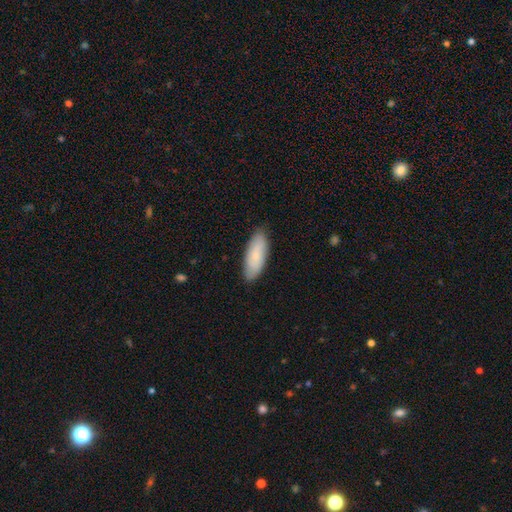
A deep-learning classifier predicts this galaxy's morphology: The model was most divided on "how rounded": in between: 74%, cigar-shaped: 25%, round: 2%. More confident: merging — none (86%); smooth or featured — smooth (81%).